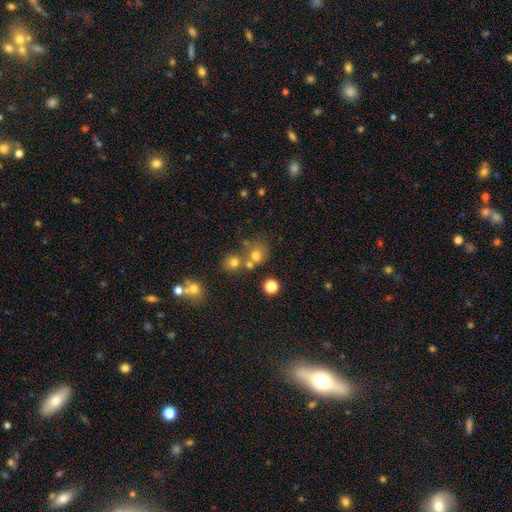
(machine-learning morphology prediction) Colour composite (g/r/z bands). It shows a smooth galaxy with no disk features (69%) that is round (81%). Merging: none (53%).